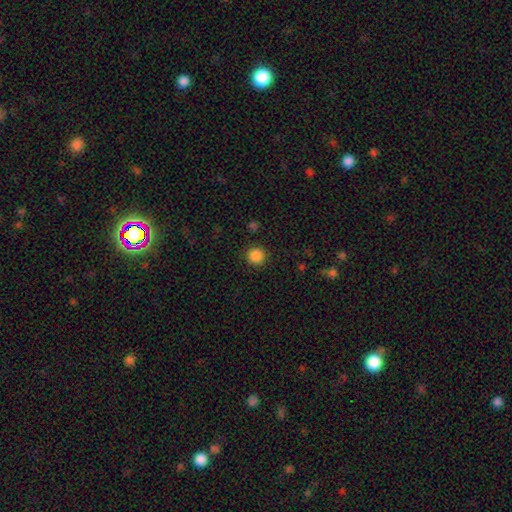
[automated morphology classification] The model was most divided on "smooth or featured": smooth: 87%, star or artifact: 11%, featured or disk: 3%. More confident: how rounded — round (95%); merging — none (91%).